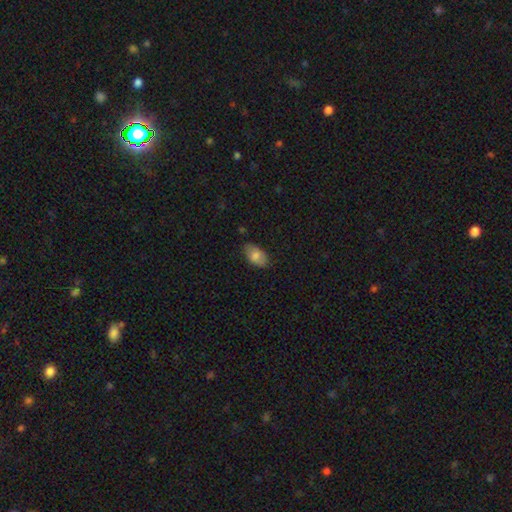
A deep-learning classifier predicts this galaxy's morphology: smooth 81%, featured or disk 12%, star or artifact 7%. Down the decision tree: how rounded — in between (92%); merging — none (80%).